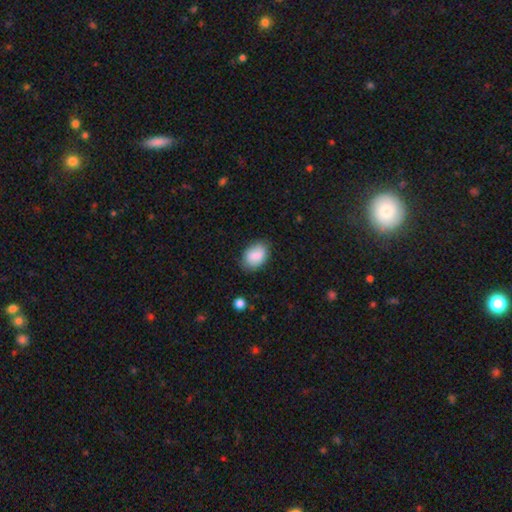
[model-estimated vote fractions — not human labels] Smooth or featured: smooth — 84% (featured or disk — 9%)
How rounded: in between — 80% (round — 19%)
Merging: none — 76% (minor disturbance — 19%)